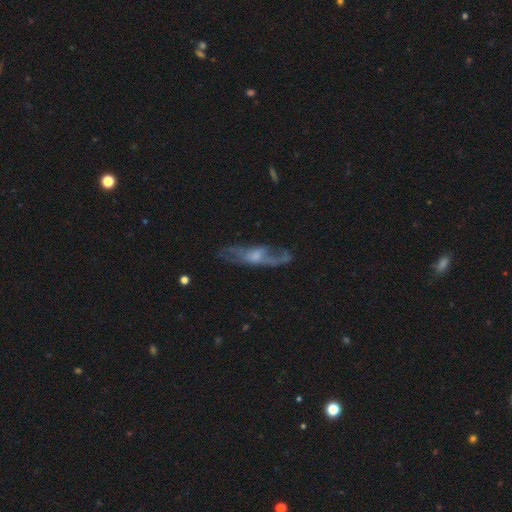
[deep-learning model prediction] Smooth or featured? Predicted: featured or disk (p=0.68). Edge-on disk? Predicted: no (p=0.60). Merging? Predicted: none (p=0.60).